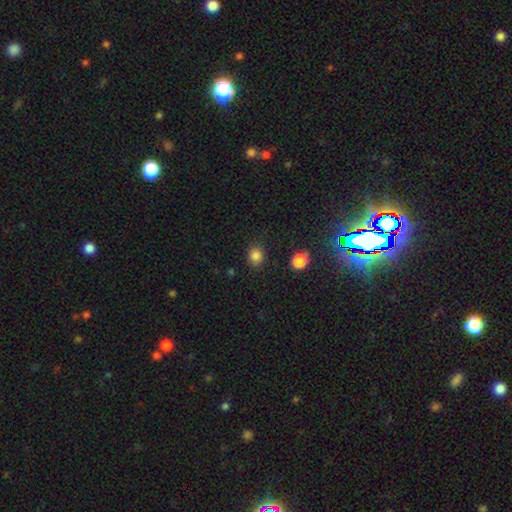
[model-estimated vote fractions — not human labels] Overall: smooth (84%). How rounded: round (73%). Merging: none (85%).